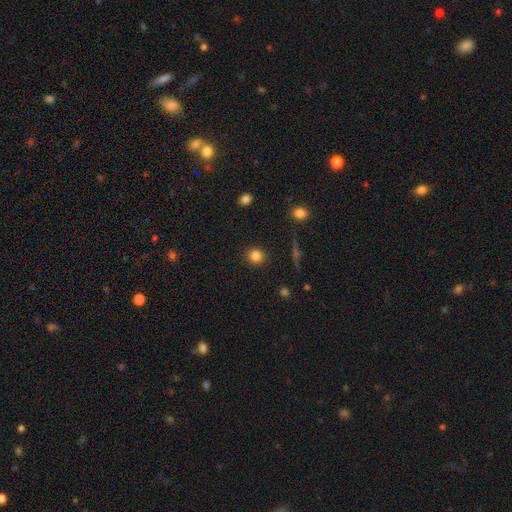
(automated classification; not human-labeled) smooth_or_featured: smooth (p=0.83) [alt: star or artifact p=0.11]
how_rounded: round (p=0.88) [alt: in between p=0.11]
merging: none (p=0.91) [alt: minor disturbance p=0.06]